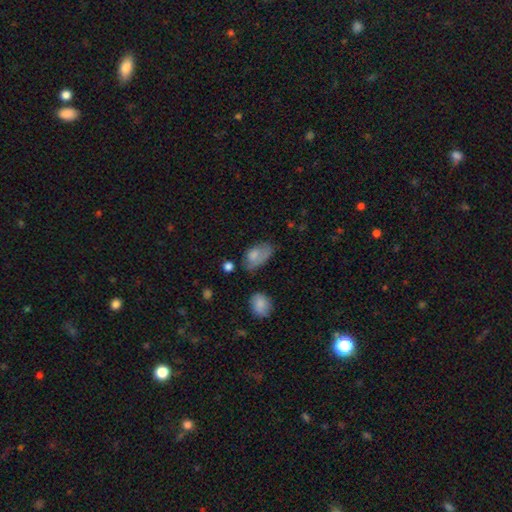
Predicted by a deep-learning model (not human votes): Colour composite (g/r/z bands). It shows a smooth galaxy with no disk features (74%) that is in between round and cigar-shaped (90%). Merging: none (38%).